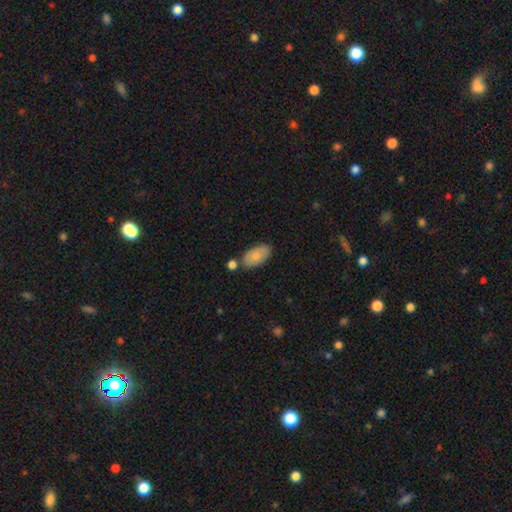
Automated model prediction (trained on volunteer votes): smooth_or_featured: smooth (p=0.81) [alt: featured or disk p=0.13]
how_rounded: in between (p=0.94) [alt: round p=0.03]
merging: none (p=0.71) [alt: minor disturbance p=0.15]